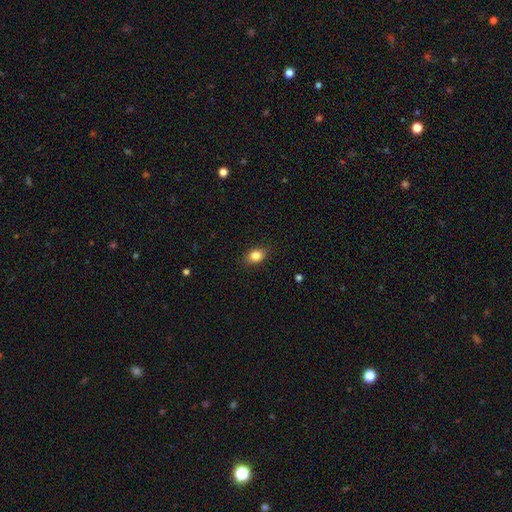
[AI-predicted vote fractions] The model was most divided on "how rounded": in between: 71%, round: 27%, cigar-shaped: 2%. More confident: merging — none (86%); smooth or featured — smooth (84%).